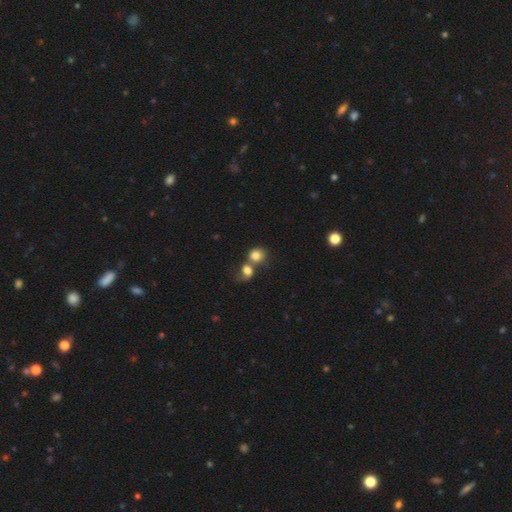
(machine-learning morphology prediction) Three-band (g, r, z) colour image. It shows a smooth galaxy with no disk features (80%) that is round (76%). Merging: merger (54%).